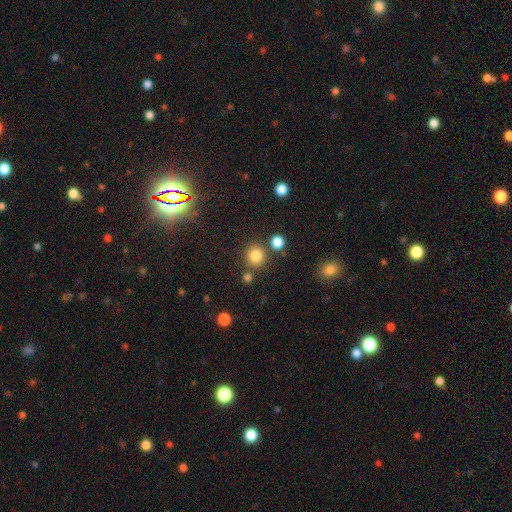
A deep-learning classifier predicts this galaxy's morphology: Overall: smooth (81%). How rounded: round (90%). Merging: none (79%).